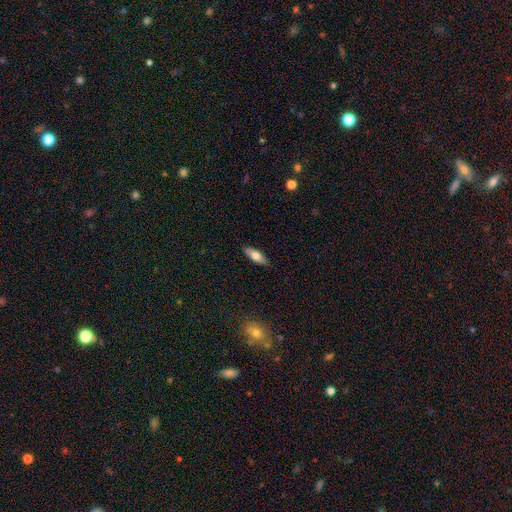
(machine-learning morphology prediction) type=smooth (63%); roundness=in between (55%); merging=none (88%).